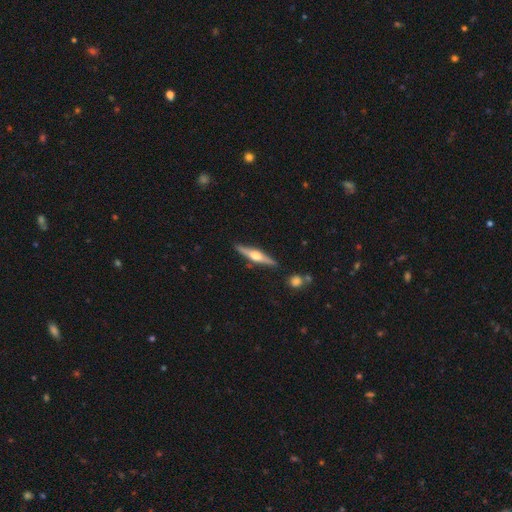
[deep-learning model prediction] featured or disk 70%, smooth 24%, star or artifact 5%. Down the decision tree: edge-on disk — yes (97%); edge-on bulge — rounded (94%); merging — none (88%).